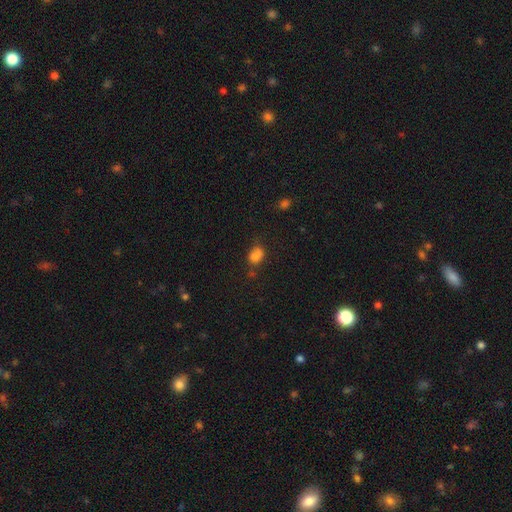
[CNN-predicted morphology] smooth-or-featured: smooth: 77% | star or artifact: 13% | featured or disk: 9%
  how-rounded: in between: 66% | round: 32% | cigar-shaped: 2%
  merging: none: 44% | minor disturbance: 27% | merger: 18% | major disturbance: 11%